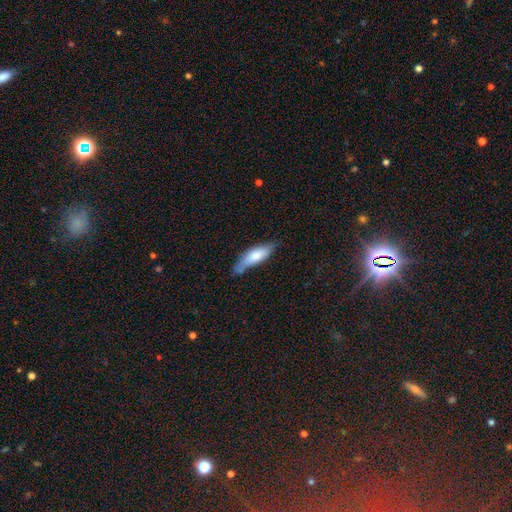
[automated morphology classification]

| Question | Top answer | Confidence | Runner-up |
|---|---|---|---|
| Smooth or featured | smooth | 72% | featured or disk (23%) |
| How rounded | in between | 49% | tied: cigar-shaped (49%) |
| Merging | none | 59% | minor disturbance (29%) |